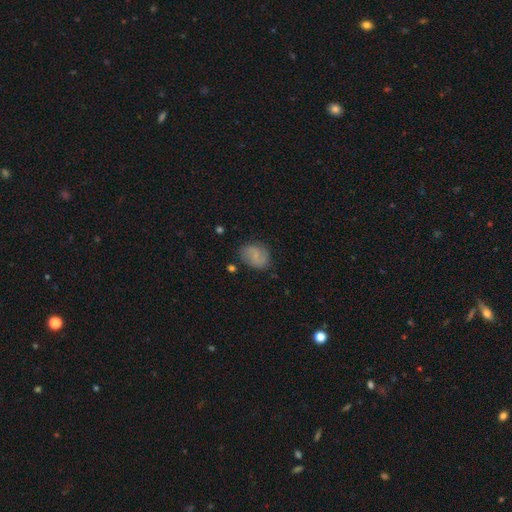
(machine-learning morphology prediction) Smooth or featured?
  - smooth: 53% *
  - featured or disk: 37%
  - star or artifact: 10%
How rounded?
  - in between: 55% *
  - round: 43%
  - cigar-shaped: 2%
Merging?
  - none: 73% *
  - minor disturbance: 19%
  - major disturbance: 6%
  - merger: 3%